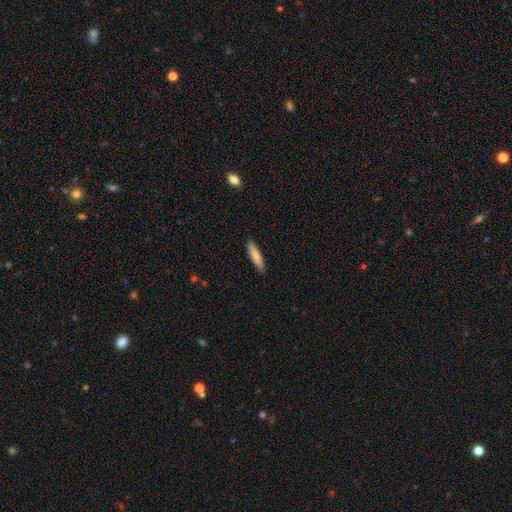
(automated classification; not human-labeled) Smooth or featured? Predicted: smooth (p=0.82). How rounded? Predicted: cigar-shaped (p=0.81). Merging? Predicted: none (p=0.90).